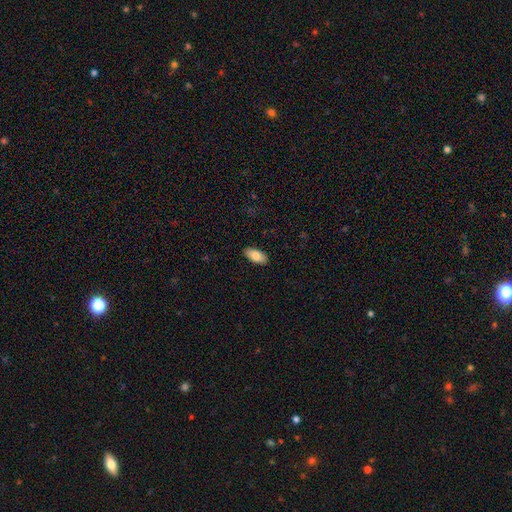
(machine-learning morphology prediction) This is clearly a smooth galaxy (86%). How rounded: clearly in between (90%). Merging: clearly none (89%).